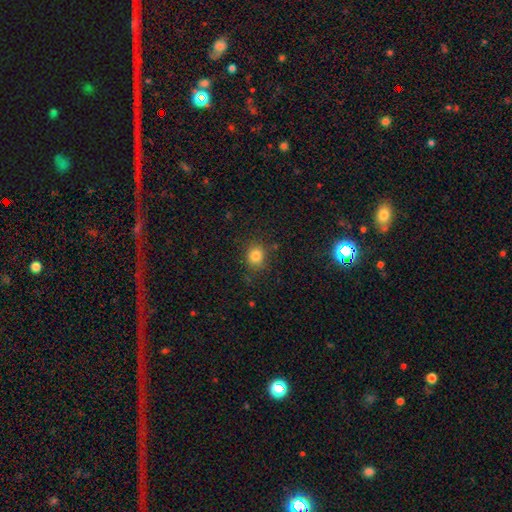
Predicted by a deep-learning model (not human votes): Q: Smooth or featured?
A: smooth (82%); runner-up: star or artifact (12%)
Q: How rounded?
A: round (75%); runner-up: in between (24%)
Q: Merging?
A: none (83%); runner-up: minor disturbance (12%)